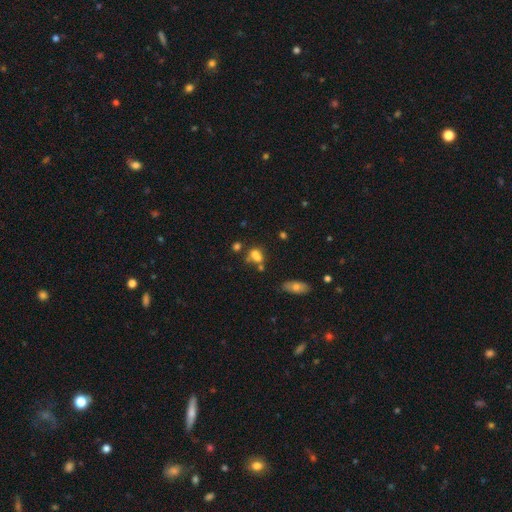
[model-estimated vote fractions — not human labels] This is likely a smooth galaxy (66%). How rounded: likely in between (64%). Merging: possibly merger (45%).